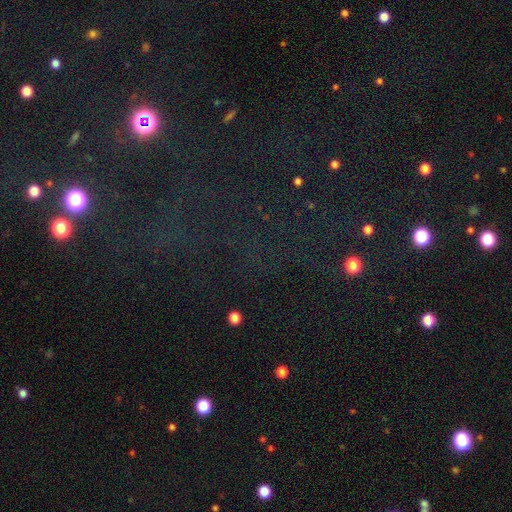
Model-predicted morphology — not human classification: Smooth or featured: star or artifact — 71% (smooth — 19%)